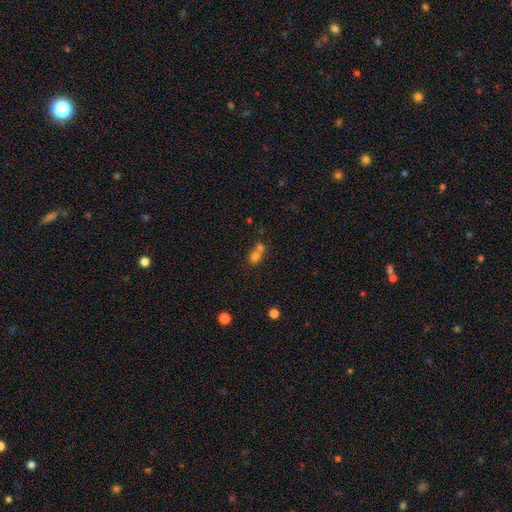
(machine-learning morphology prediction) This is likely a smooth galaxy (72%). How rounded: likely round (67%). Merging: likely merger (61%).